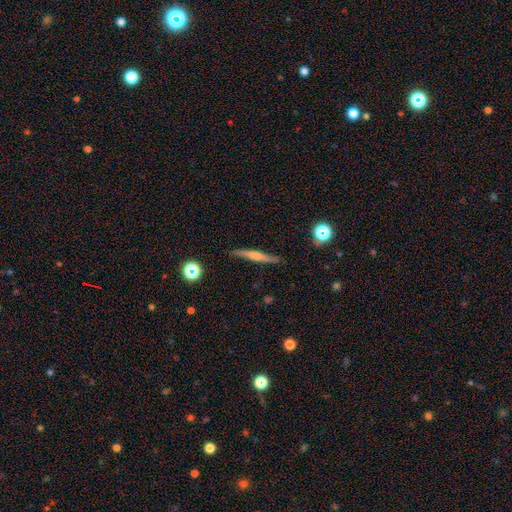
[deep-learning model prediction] The model was most divided on "smooth or featured" (2-way tie): featured or disk: 46%, smooth: 46%, star or artifact: 8%. More confident: merging — none (85%).